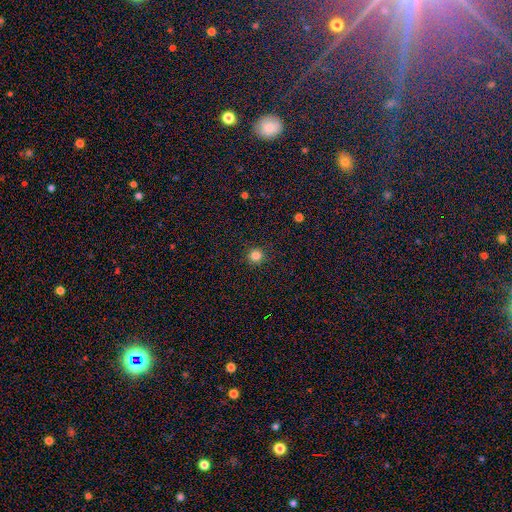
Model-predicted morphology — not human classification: Q: Smooth or featured?
A: smooth (83%); runner-up: star or artifact (13%)
Q: How rounded?
A: round (95%); runner-up: in between (5%)
Q: Merging?
A: none (92%); runner-up: minor disturbance (5%)